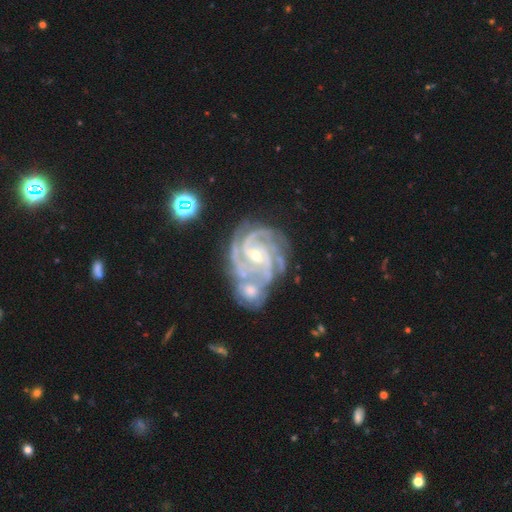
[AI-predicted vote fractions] Q: Smooth or featured?
A: featured or disk (92%); runner-up: star or artifact (5%)
Q: Edge-on disk?
A: no (98%); runner-up: yes (2%)
Q: Bar?
A: weak (42%); runner-up: no (35%)
Q: Spiral arms?
A: yes (99%); runner-up: no (1%)
Q: Spiral winding?
A: tight (67%); runner-up: medium (29%)
Q: Spiral arm count?
A: 3 (34%); runner-up: 4 (26%)
Q: Bulge size?
A: small (61%); runner-up: moderate (36%)
Q: Merging?
A: merger (42%); runner-up: none (35%)